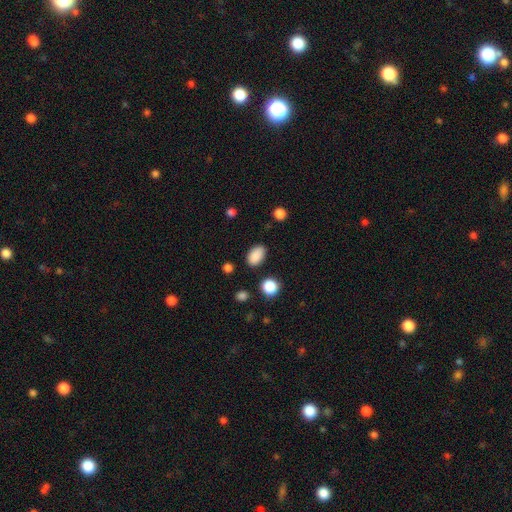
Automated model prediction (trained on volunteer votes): The model was most divided on "merging": none: 85%, minor disturbance: 10%, major disturbance: 3%, merger: 2%. More confident: how rounded — in between (90%); smooth or featured — smooth (87%).